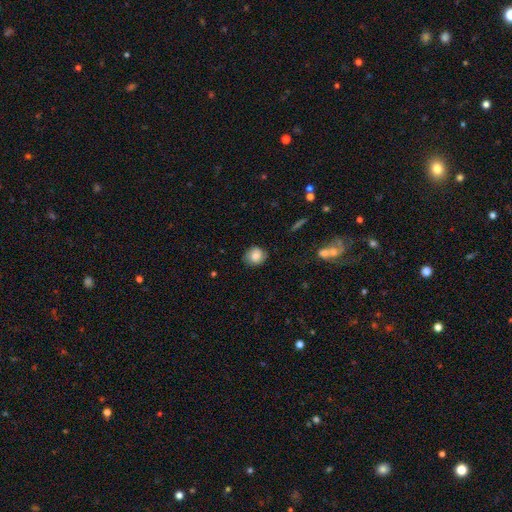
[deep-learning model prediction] A smooth galaxy with no disk features (67%) that is round (78%).

Vote fractions:
- Smooth or featured? smooth: 67% / featured or disk: 24% / star or artifact: 9%
- How rounded? round: 78% / in between: 20% / cigar-shaped: 1%
- Merging? none: 78% / minor disturbance: 16% / major disturbance: 4% / merger: 1%